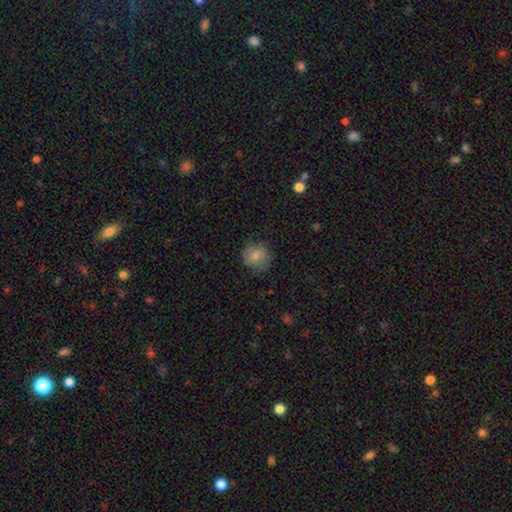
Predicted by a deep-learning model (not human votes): The model was most divided on "merging": none: 74%, minor disturbance: 19%, major disturbance: 6%, merger: 1%. More confident: how rounded — round (83%); smooth or featured — smooth (76%).